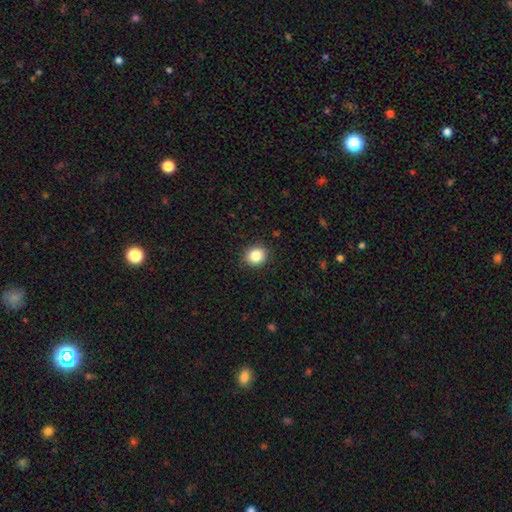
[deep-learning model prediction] The model was most divided on "how rounded": round: 75%, in between: 24%, cigar-shaped: 1%. More confident: merging — none (90%); smooth or featured — smooth (85%).